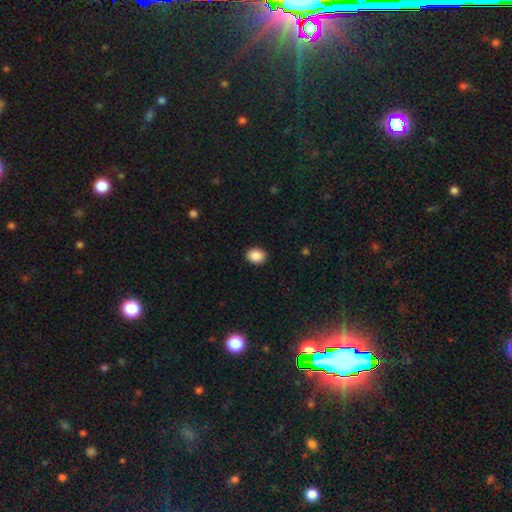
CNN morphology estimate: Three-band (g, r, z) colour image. It shows a smooth galaxy with no disk features (89%) that is in between round and cigar-shaped (66%). Merging: none (90%).